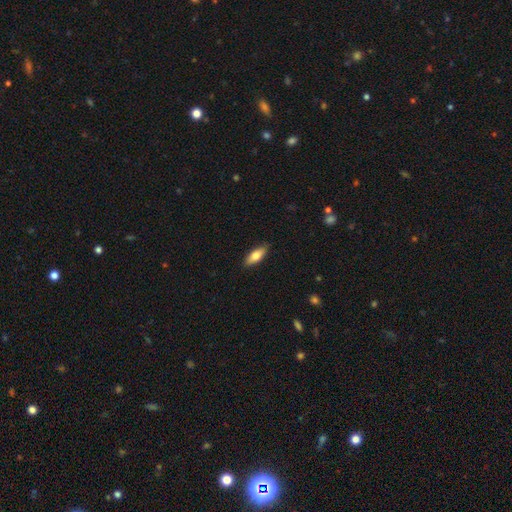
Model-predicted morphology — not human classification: smooth-or-featured: smooth: 74% | featured or disk: 20% | star or artifact: 6%
  how-rounded: in between: 72% | cigar-shaped: 26% | round: 2%
  merging: none: 88% | minor disturbance: 9% | major disturbance: 2% | merger: 1%